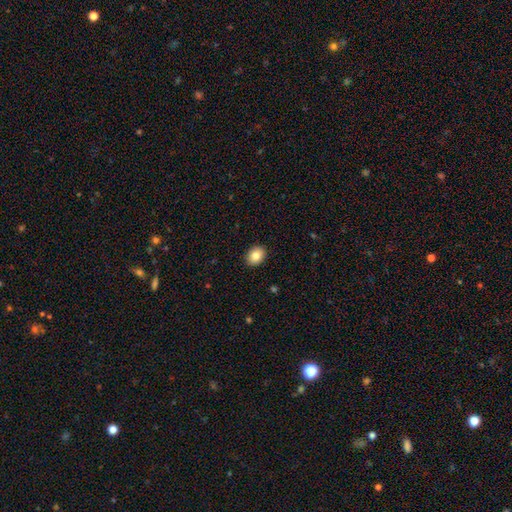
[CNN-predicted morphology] Smooth or featured: smooth — 84% (star or artifact — 8%)
How rounded: in between — 58% (round — 41%)
Merging: none — 91% (minor disturbance — 7%)